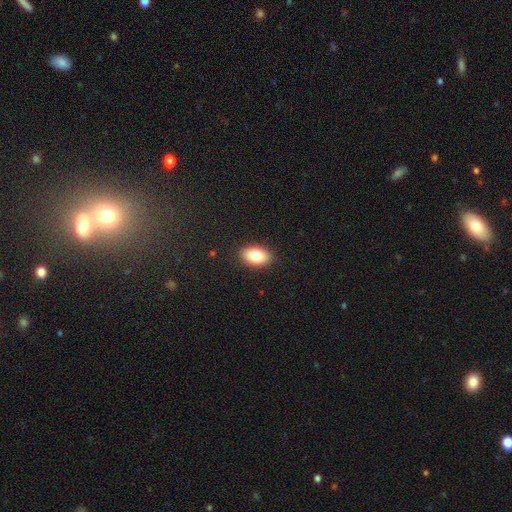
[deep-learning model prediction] Smooth or featured? smooth (85%)
How rounded? in between (91%)
Merging? none (89%)